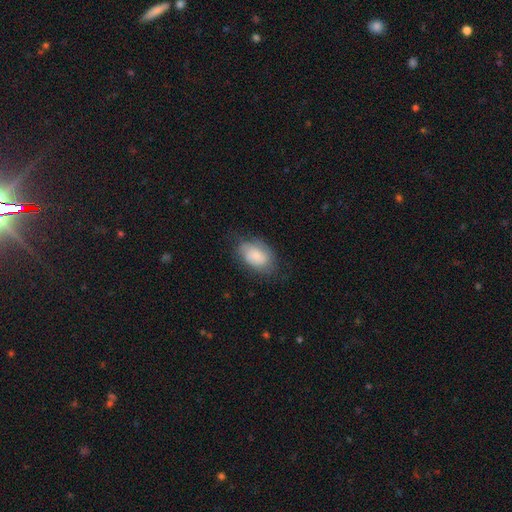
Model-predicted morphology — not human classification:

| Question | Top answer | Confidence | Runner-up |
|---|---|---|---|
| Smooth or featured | smooth | 70% | featured or disk (23%) |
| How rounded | in between | 89% | round (10%) |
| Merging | none | 63% | minor disturbance (26%) |